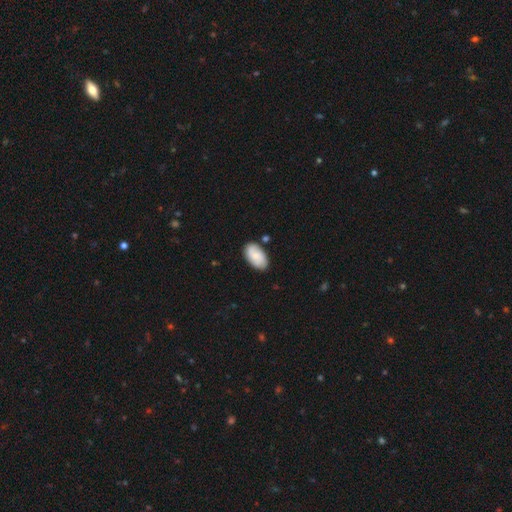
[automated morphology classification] Smooth or featured? Predicted: smooth (p=0.72). How rounded? Predicted: in between (p=0.95). Merging? Predicted: none (p=0.78).